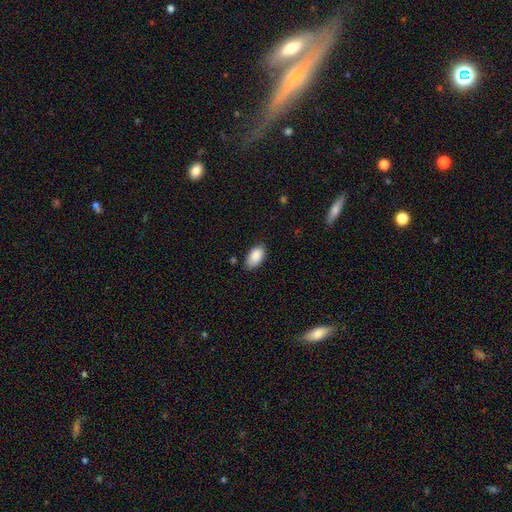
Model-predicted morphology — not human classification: type=smooth (89%); roundness=in between (95%); merging=none (80%).